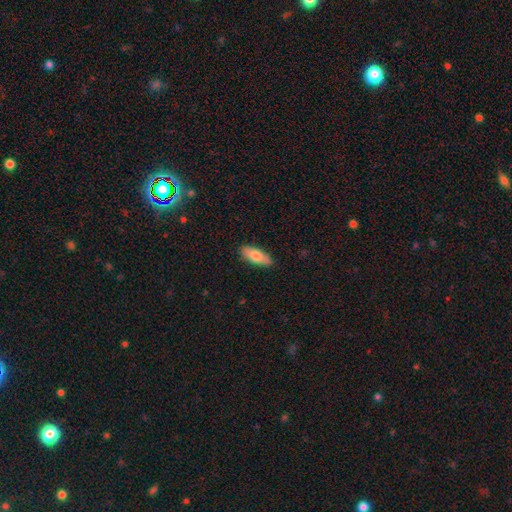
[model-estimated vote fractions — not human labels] Overall: smooth (77%). How rounded: in between (72%). Merging: none (88%).